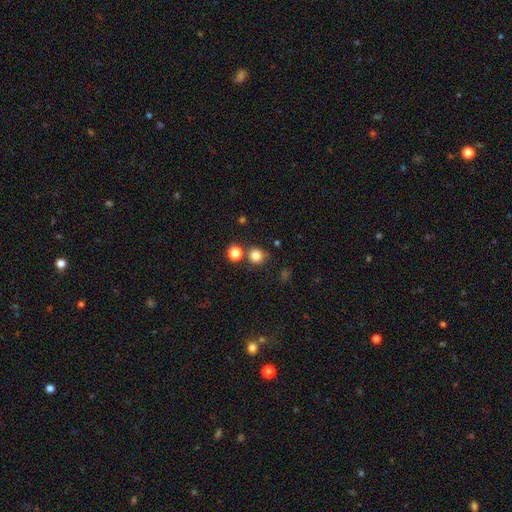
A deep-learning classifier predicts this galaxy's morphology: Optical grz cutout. It shows a smooth galaxy with no disk features (81%) that is round (91%). Merging: none (76%).